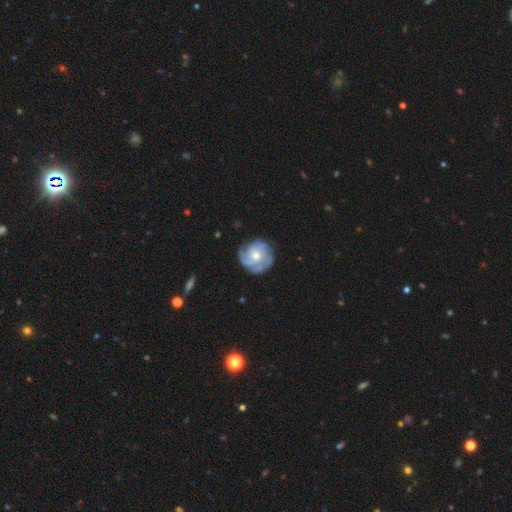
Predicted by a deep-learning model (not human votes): Smooth or featured? featured or disk (82%)
Edge-on disk? no (98%)
Bar? no (77%)
Spiral arms? yes (95%)
Spiral winding? tight (62%)
Spiral arm count? 3 (38%)
Bulge size? moderate (62%)
Merging? none (77%)